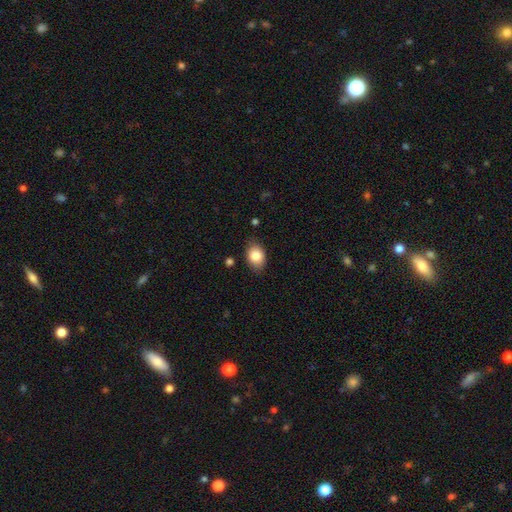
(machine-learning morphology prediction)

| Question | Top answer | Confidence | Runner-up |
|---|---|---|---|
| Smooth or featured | smooth | 84% | featured or disk (8%) |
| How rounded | in between | 77% | round (21%) |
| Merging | none | 81% | minor disturbance (14%) |